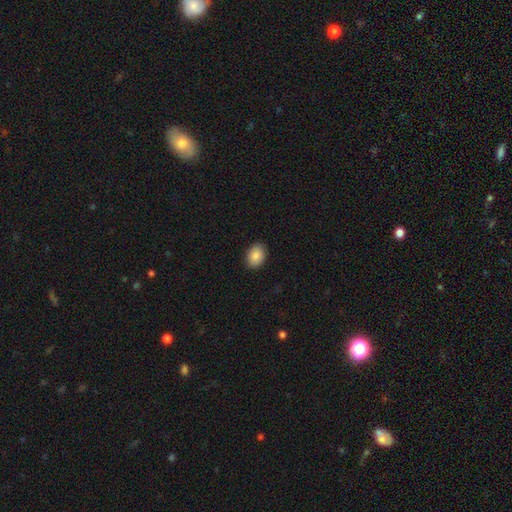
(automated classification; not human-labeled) smooth 88%, star or artifact 7%, featured or disk 5%. Down the decision tree: how rounded — in between (80%); merging — none (89%).